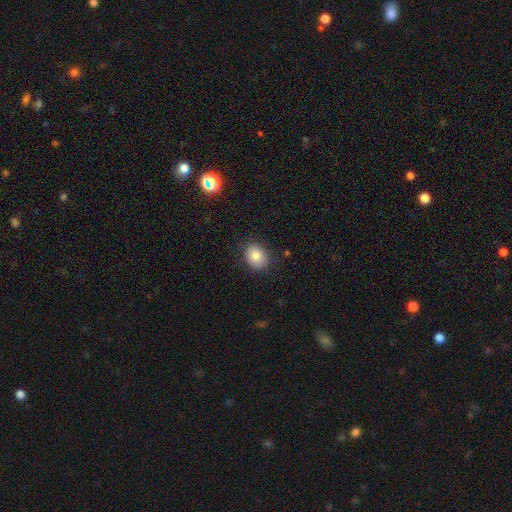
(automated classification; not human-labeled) Smooth or featured: smooth — 79% (featured or disk — 11%)
How rounded: round — 51% (in between — 48%)
Merging: none — 84% (minor disturbance — 12%)